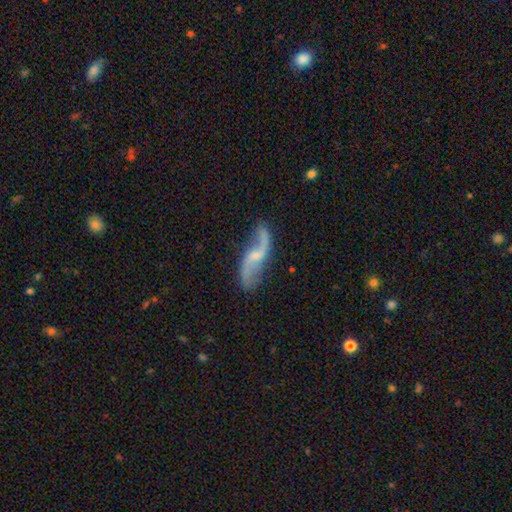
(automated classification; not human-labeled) Smooth or featured? featured or disk (86%)
Edge-on disk? no (94%)
Bar? no (43%, tied with weak)
Spiral arms? yes (95%)
Spiral winding? loose (88%)
Spiral arm count? 2 (93%)
Bulge size? small (53%)
Merging? none (75%)